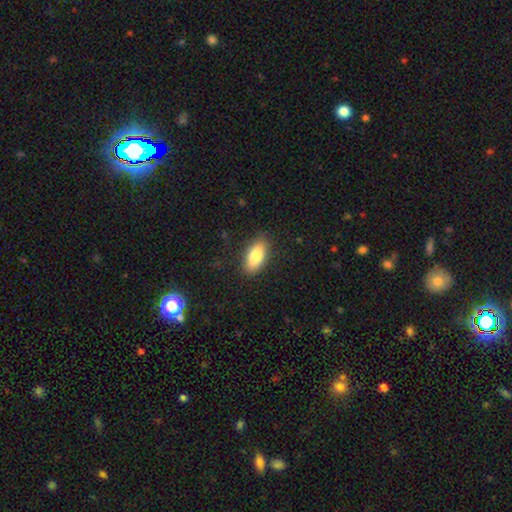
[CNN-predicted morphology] smooth-or-featured: smooth: 83% | featured or disk: 10% | star or artifact: 7%
  how-rounded: in between: 87% | cigar-shaped: 10% | round: 3%
  merging: none: 86% | minor disturbance: 10% | major disturbance: 3% | merger: 1%